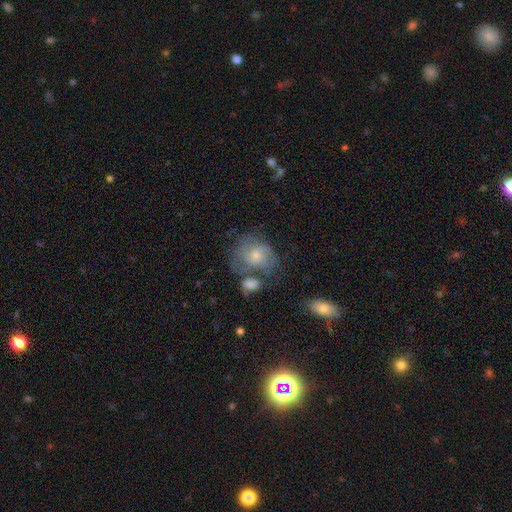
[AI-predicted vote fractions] This is likely a featured or disk galaxy (63%). It is clearly not viewed edge-on (97%). Bar: likely no (71%). Spiral arm pattern: clearly yes (85%). Spiral arm count: marginally can't tell (41%). Spiral winding: possibly tight (47%). Central bulge: possibly small (49%). Merging: possibly none (51%).